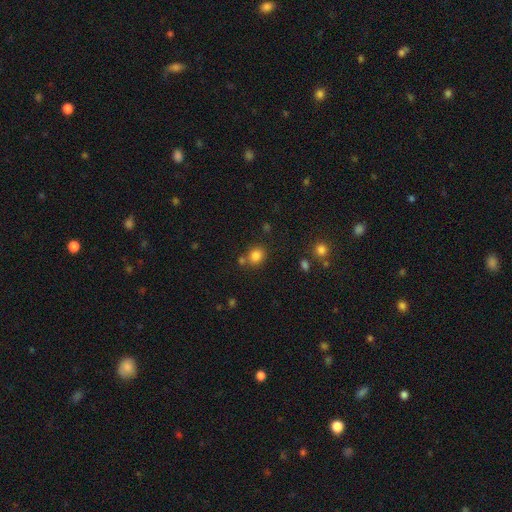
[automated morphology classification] Q: Smooth or featured?
A: smooth (82%); runner-up: star or artifact (12%)
Q: How rounded?
A: round (73%); runner-up: in between (26%)
Q: Merging?
A: none (71%); runner-up: merger (15%)